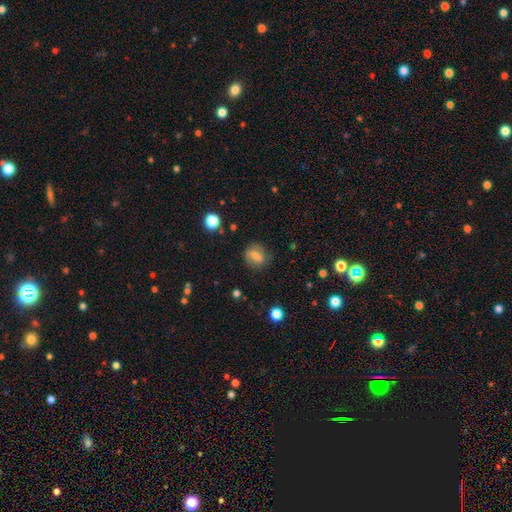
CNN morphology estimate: A smooth galaxy with no disk features (58%) that is round (66%). Merging: none (76%).